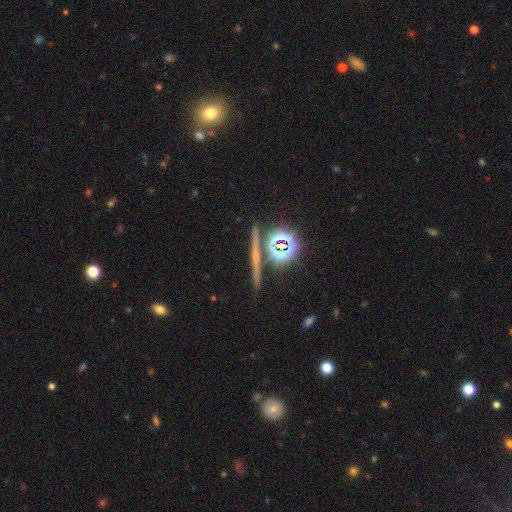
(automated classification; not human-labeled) Morphology: type=star or artifact (44%).